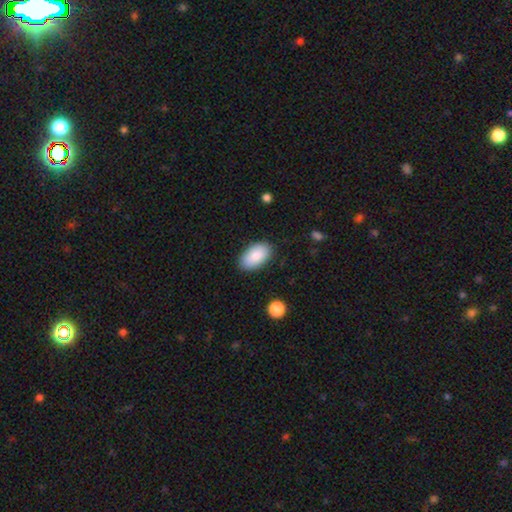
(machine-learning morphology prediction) Smooth or featured? Predicted: smooth (p=0.87). How rounded? Predicted: in between (p=0.95). Merging? Predicted: none (p=0.86).